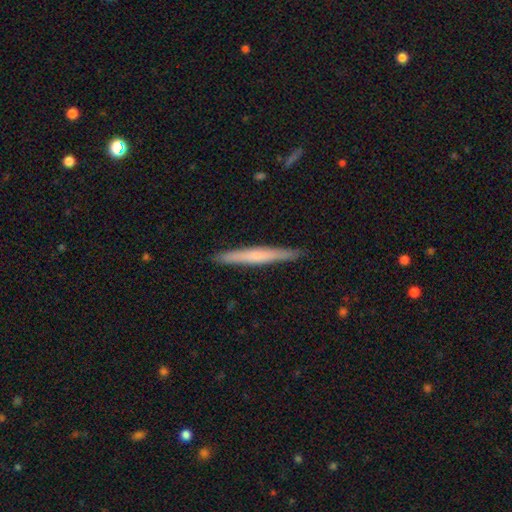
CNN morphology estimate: This appears to be a smooth galaxy with no disk features (52%) that is cigar-shaped (96%). Merging: none (90%).